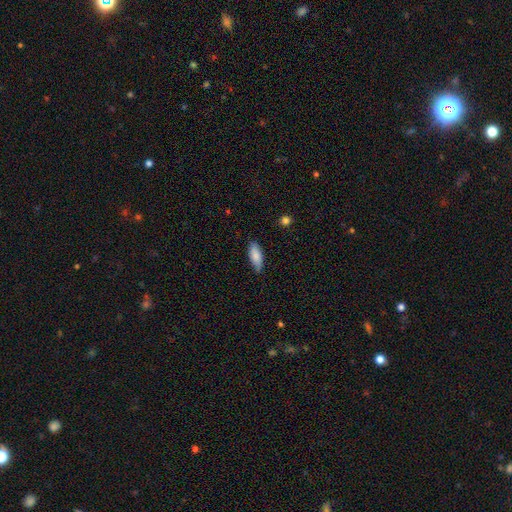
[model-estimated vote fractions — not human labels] Smooth or featured? Predicted: smooth (p=0.84). How rounded? Predicted: in between (p=0.76). Merging? Predicted: none (p=0.76).